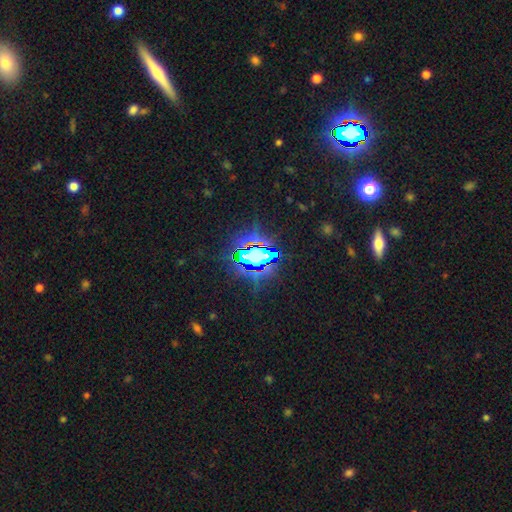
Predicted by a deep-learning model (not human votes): This appears to be a star or artifact, not a galaxy (73%).